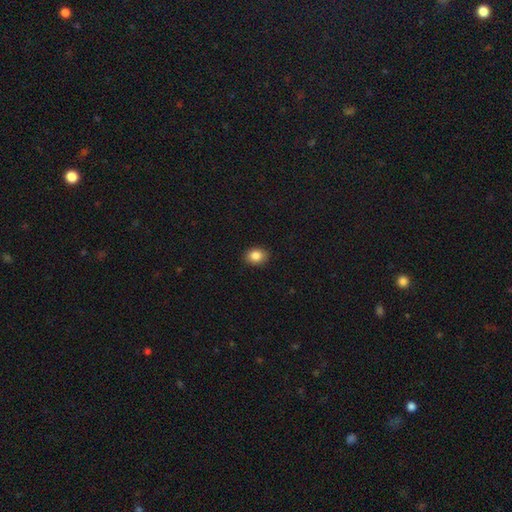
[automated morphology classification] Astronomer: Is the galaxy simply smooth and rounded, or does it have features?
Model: smooth — 86%.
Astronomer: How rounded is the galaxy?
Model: in between — 57% (runner-up: round, 42%).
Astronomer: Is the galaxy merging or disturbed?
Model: none — 89%.